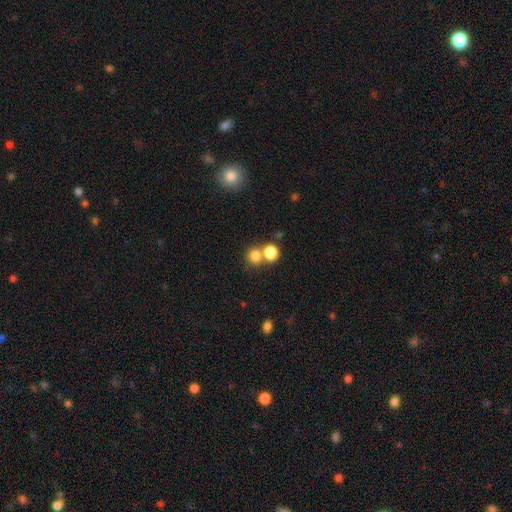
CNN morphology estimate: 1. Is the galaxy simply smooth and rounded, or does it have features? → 78% smooth, 14% star or artifact, 8% featured or disk.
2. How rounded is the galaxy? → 84% round, 15% in between, 1% cigar-shaped.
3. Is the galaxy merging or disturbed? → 52% none, 38% merger, 7% minor disturbance, 3% major disturbance.